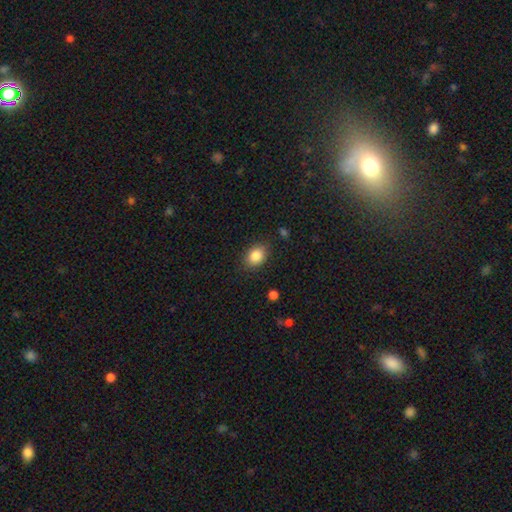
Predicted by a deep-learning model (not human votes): smooth_or_featured: smooth (p=0.85) [alt: star or artifact p=0.09]
how_rounded: in between (p=0.65) [alt: round p=0.34]
merging: none (p=0.84) [alt: minor disturbance p=0.12]